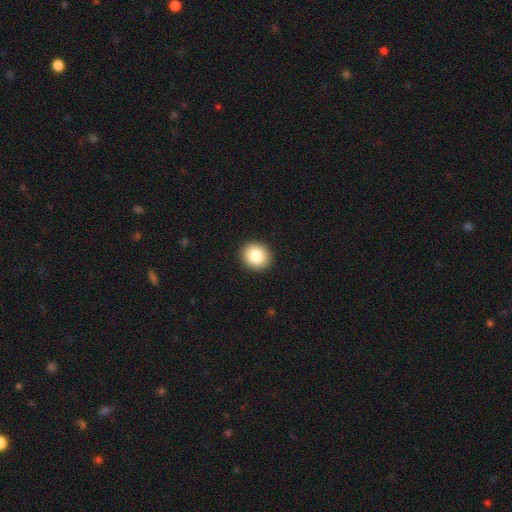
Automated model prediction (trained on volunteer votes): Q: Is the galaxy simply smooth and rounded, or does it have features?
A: smooth — 85%.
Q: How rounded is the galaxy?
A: round — 79%.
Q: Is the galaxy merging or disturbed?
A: none — 92%.